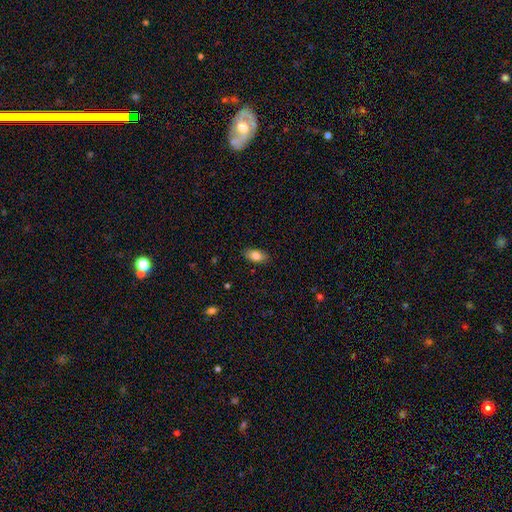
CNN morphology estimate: A smooth galaxy with no disk features (82%) that is in between round and cigar-shaped (90%). Merging: none (86%).